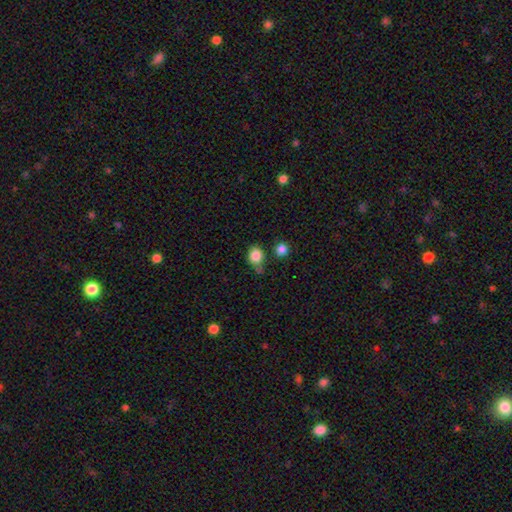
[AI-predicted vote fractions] smooth-or-featured: smooth: 84% | star or artifact: 10% | featured or disk: 6%
  how-rounded: round: 71% | in between: 28% | cigar-shaped: 1%
  merging: none: 63% | minor disturbance: 19% | merger: 13% | major disturbance: 5%